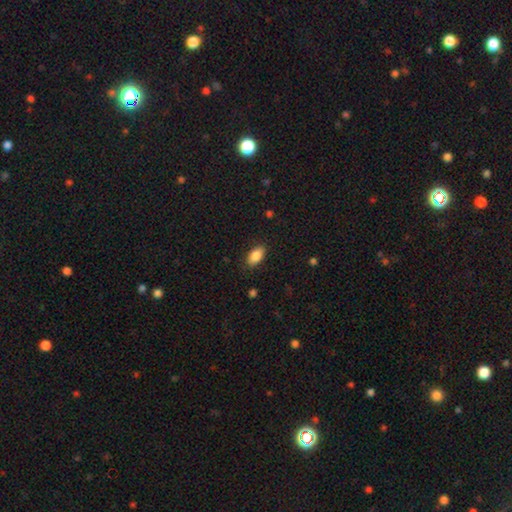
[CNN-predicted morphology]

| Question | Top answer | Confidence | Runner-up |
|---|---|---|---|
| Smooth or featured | smooth | 87% | star or artifact (7%) |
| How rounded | in between | 92% | round (4%) |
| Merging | none | 84% | minor disturbance (12%) |